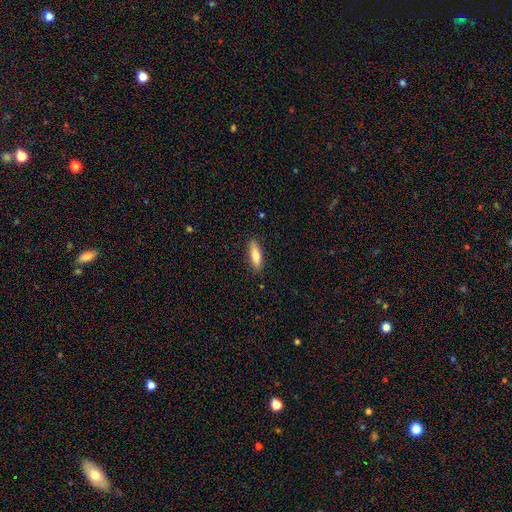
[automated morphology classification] Q: Smooth or featured?
A: smooth (76%); runner-up: featured or disk (18%)
Q: How rounded?
A: cigar-shaped (53%); runner-up: in between (46%)
Q: Merging?
A: none (88%); runner-up: minor disturbance (9%)